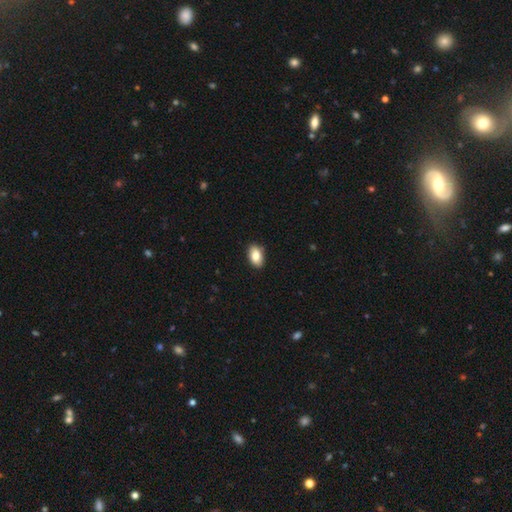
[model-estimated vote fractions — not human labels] Overall: smooth (84%). How rounded: in between (90%). Merging: none (88%).